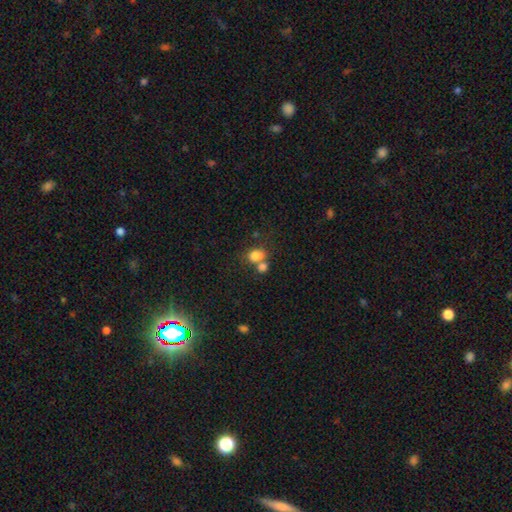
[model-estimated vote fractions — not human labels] Morphology: type=smooth (78%); roundness=in between (62%); merging=merger (49%).